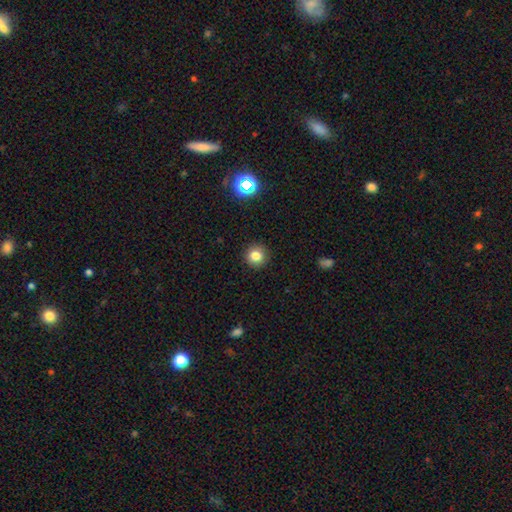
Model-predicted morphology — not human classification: Smooth or featured? Predicted: smooth (p=0.80). How rounded? Predicted: round (p=0.93). Merging? Predicted: none (p=0.91).